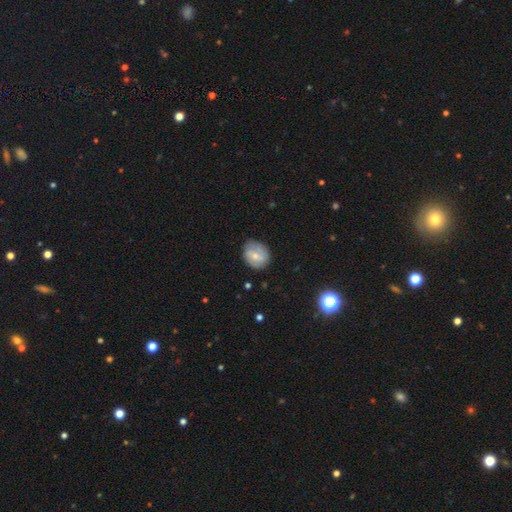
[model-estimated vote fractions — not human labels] Overall: smooth (52%; featured or disk 41%). How rounded: round (67%; in between 32%). Merging: none (77%).